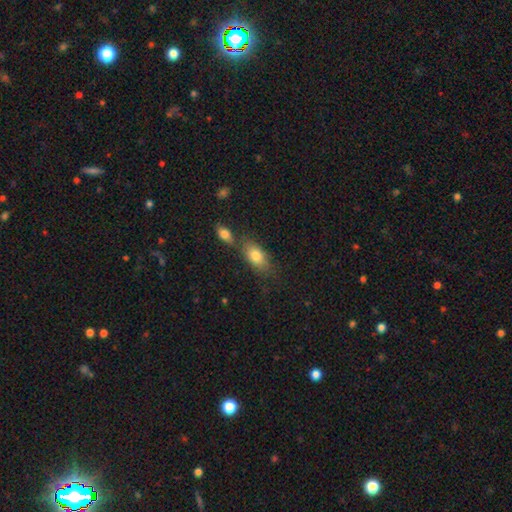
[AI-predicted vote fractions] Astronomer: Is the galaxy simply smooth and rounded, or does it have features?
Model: smooth — 78%.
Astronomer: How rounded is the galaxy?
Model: in between — 87%.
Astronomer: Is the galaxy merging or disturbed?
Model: none — 58%.